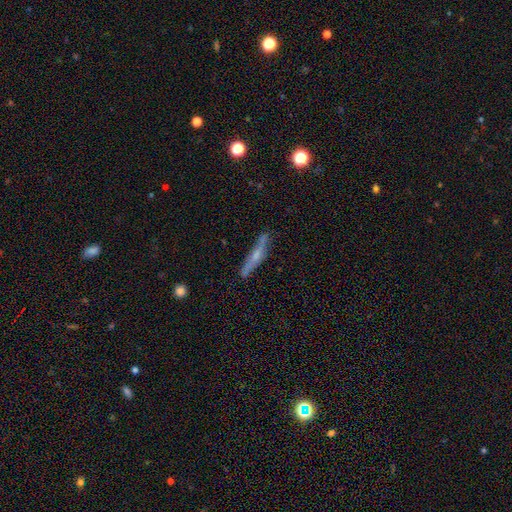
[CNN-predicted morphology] A featured or disk galaxy (54%) viewed edge-on (90%). Merging: none (78%).